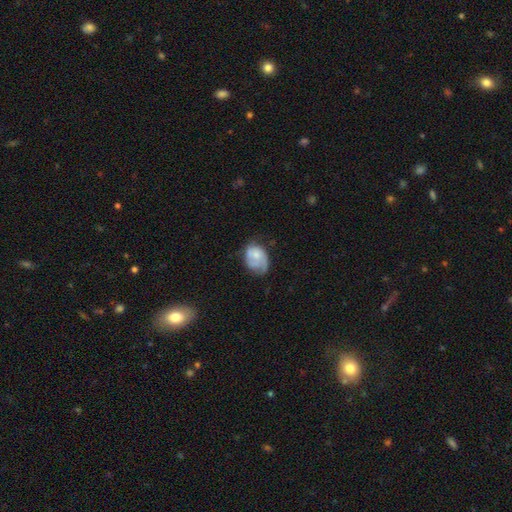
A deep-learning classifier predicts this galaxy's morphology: Q: Smooth or featured?
A: featured or disk (49%); runner-up: smooth (43%)
Q: Merging?
A: none (43%); runner-up: minor disturbance (33%)